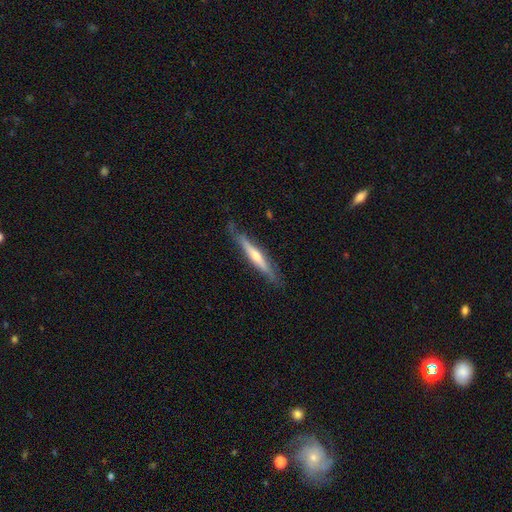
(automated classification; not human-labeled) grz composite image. It shows a featured or disk galaxy (64%) viewed edge-on (95%) with a rounded central bulge (74%). Merging: none (80%).